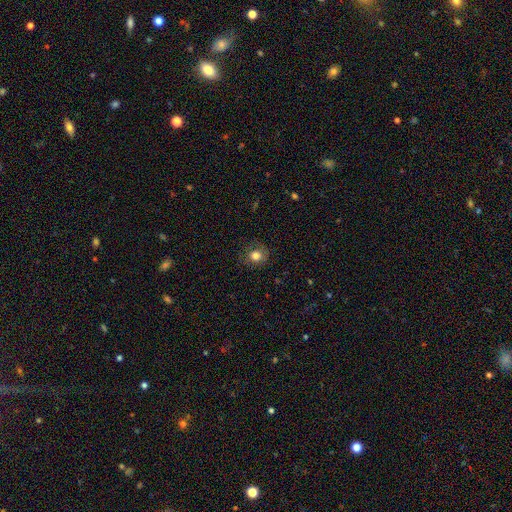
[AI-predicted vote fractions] This is likely a smooth galaxy (77%). How rounded: clearly round (81%). Merging: clearly none (80%).